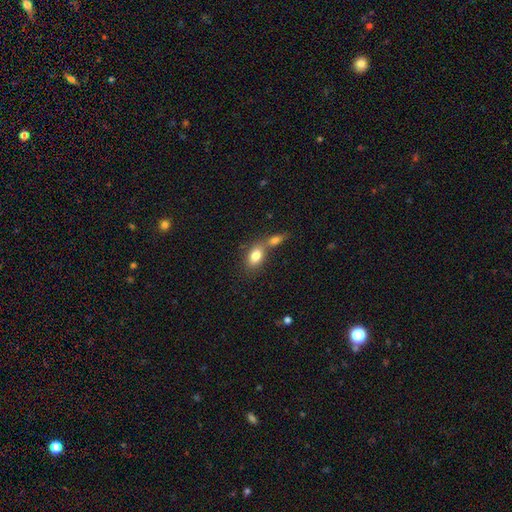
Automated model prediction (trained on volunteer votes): Smooth or featured: smooth — 81% (featured or disk — 11%)
How rounded: in between — 83% (round — 14%)
Merging: merger — 46% (none — 40%)